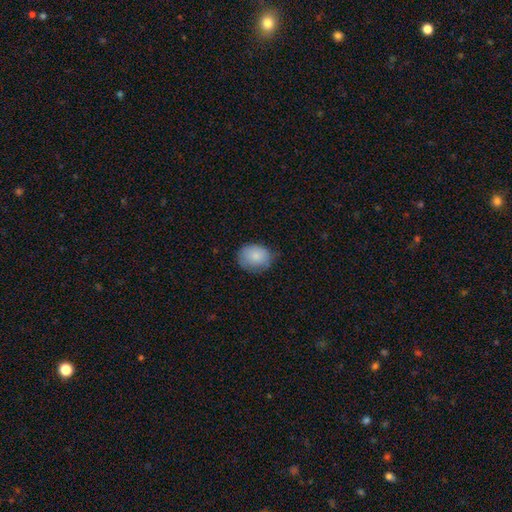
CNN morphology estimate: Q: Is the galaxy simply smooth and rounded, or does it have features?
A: smooth — 84%.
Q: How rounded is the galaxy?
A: round — 50%.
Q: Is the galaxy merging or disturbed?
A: none — 69%.